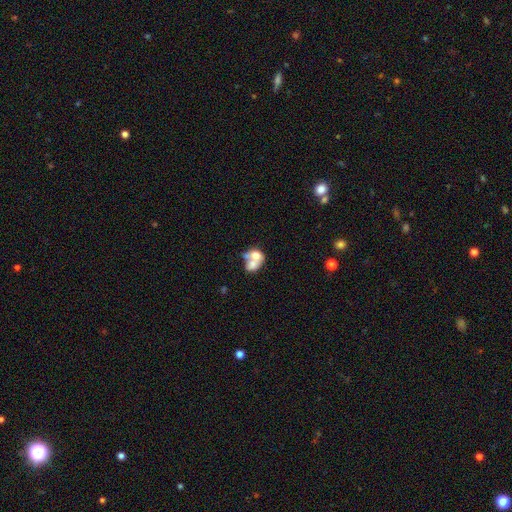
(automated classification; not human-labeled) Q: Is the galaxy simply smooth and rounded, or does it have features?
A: smooth — 57%.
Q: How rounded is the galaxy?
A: in between — 62%.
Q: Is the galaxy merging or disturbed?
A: merger — 70%.